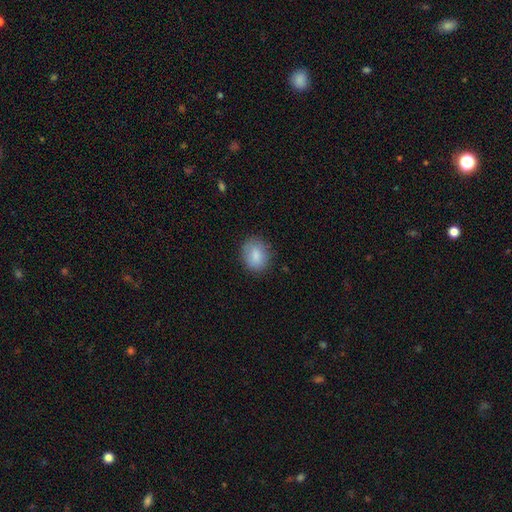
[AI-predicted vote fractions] This appears to be a smooth galaxy with no disk features (85%) that is round (56%). Merging: none (81%).